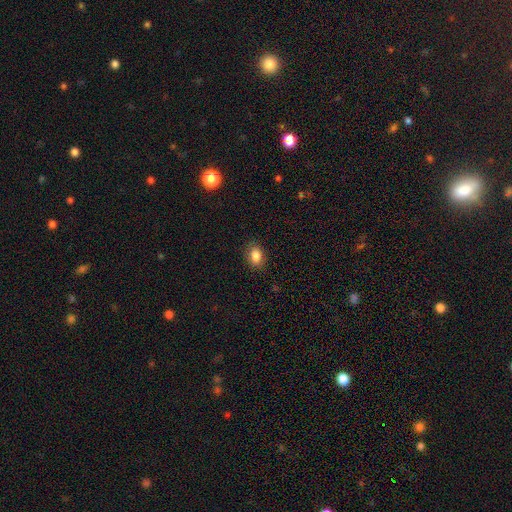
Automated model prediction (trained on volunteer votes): This is clearly a smooth galaxy (85%). How rounded: likely in between (76%). Merging: clearly none (88%).